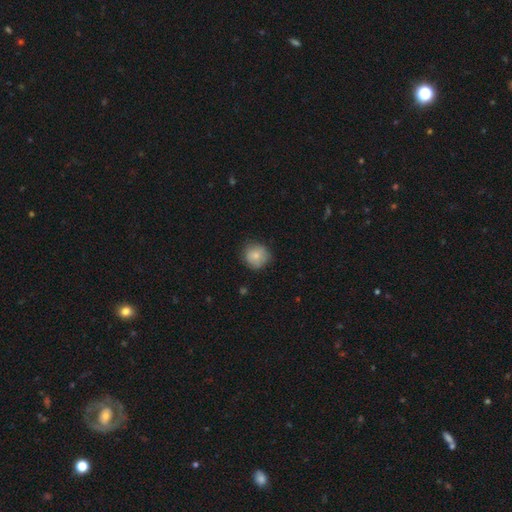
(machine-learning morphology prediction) Overall: smooth (81%). How rounded: round (89%). Merging: none (76%).